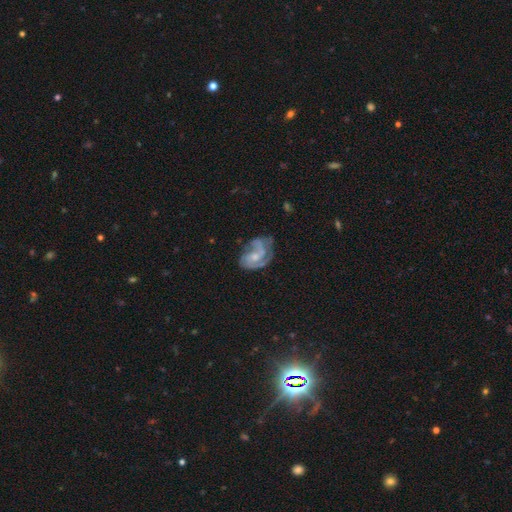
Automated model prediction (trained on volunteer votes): smooth-or-featured: featured or disk: 81% | smooth: 13% | star or artifact: 6%
  disk-edge-on: no: 98% | yes: 2%
    bar: no: 59% | weak: 34% | strong: 7%
    has-spiral-arms: yes: 94% | no: 6%
      spiral-winding: medium: 48% | tight: 36% | loose: 16%
      spiral-arm-count: 2: 60% | 3: 17% | can't tell: 12% | 1: 6% | 4: 3% | more than 4: 2%
    bulge-size: small: 45% | moderate: 39% | none: 11% | large: 3% | dominant: 1%
  merging: none: 51% | minor disturbance: 26% | major disturbance: 20% | merger: 3%